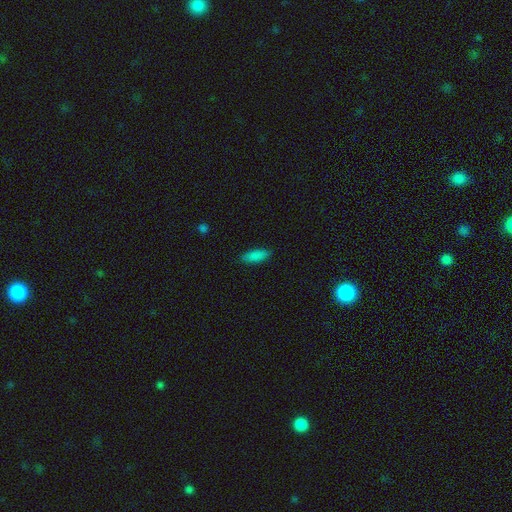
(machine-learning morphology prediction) smooth_or_featured: smooth (p=0.87) [alt: star or artifact p=0.08]
how_rounded: in between (p=0.68) [alt: cigar-shaped p=0.31]
merging: none (p=0.86) [alt: minor disturbance p=0.11]